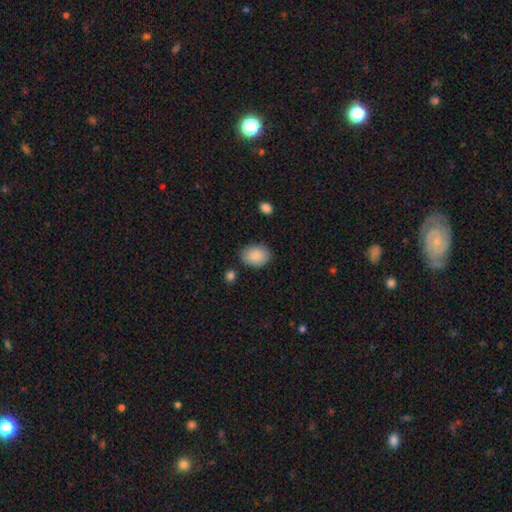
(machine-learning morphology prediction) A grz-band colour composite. It shows a smooth galaxy with no disk features (89%) that is in between round and cigar-shaped (71%). Merging: none (81%).